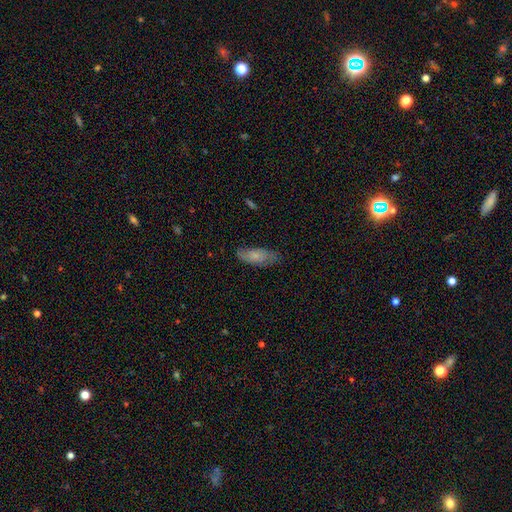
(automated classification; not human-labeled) Smooth or featured: smooth — 67% (featured or disk — 26%)
How rounded: in between — 76% (cigar-shaped — 22%)
Merging: none — 69% (minor disturbance — 24%)